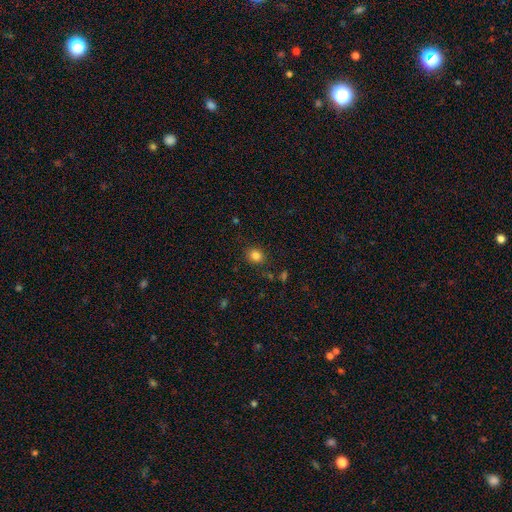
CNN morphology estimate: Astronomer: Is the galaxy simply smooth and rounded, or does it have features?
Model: smooth — 83%.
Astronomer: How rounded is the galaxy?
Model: round — 69%.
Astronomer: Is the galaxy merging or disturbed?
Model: none — 85%.